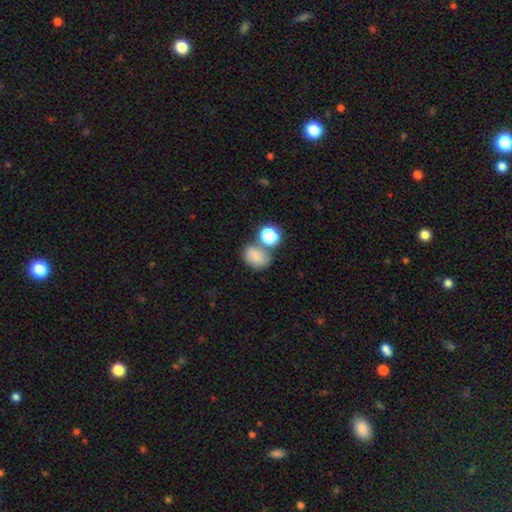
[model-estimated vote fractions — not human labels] smooth 73%, star or artifact 13%, featured or disk 13%. Down the decision tree: how rounded — in between (59%); merging — none (54%).